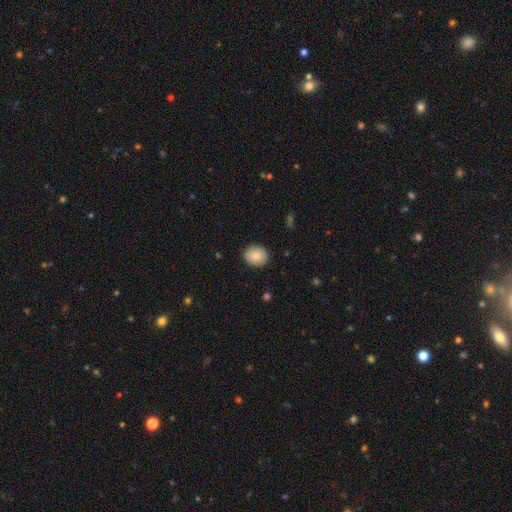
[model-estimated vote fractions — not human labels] A smooth galaxy with no disk features (83%) that is round (71%). Merging: none (90%).